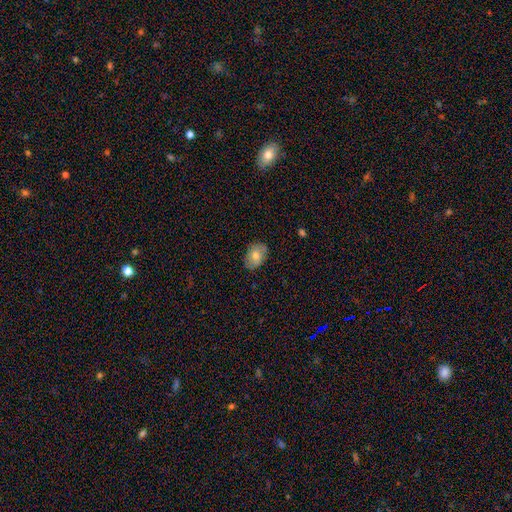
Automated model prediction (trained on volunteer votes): A smooth galaxy with no disk features (74%) that is in between round and cigar-shaped (82%). Merging: none (82%).